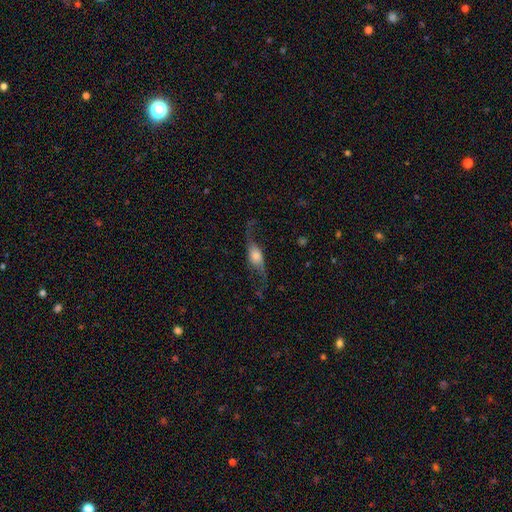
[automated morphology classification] Smooth or featured: featured or disk — 69% (smooth — 23%)
Edge-on disk: no — 70% (yes — 30%)
Merging: none — 58% (major disturbance — 20%)